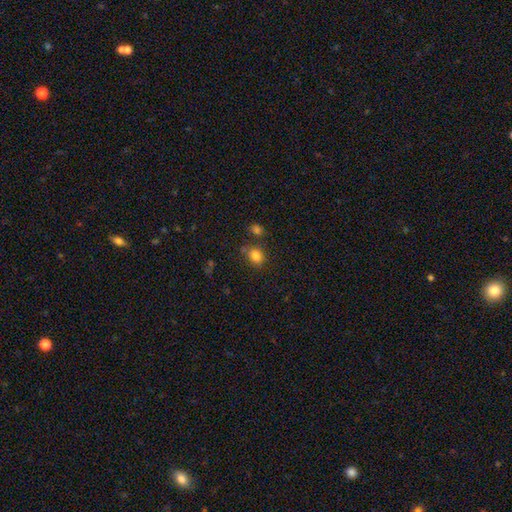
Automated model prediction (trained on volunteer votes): This appears to be a smooth galaxy with no disk features (82%) that is round (51%). Merging: none (69%).